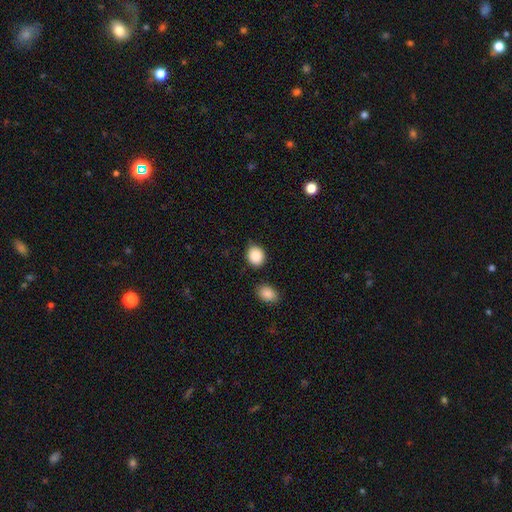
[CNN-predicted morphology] A smooth galaxy with no disk features (88%) that is round (64%). Merging: none (83%).